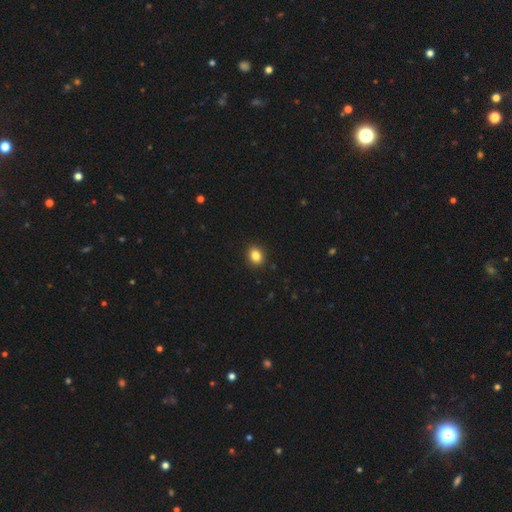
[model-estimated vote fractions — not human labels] Q: Smooth or featured?
A: smooth (85%); runner-up: star or artifact (10%)
Q: How rounded?
A: round (60%); runner-up: in between (39%)
Q: Merging?
A: none (91%); runner-up: minor disturbance (6%)